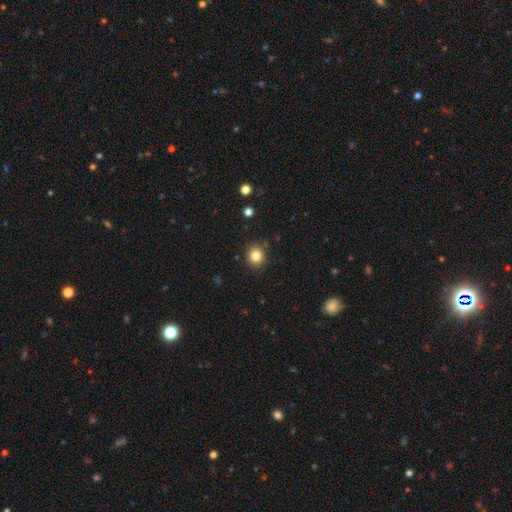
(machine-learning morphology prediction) A smooth galaxy with no disk features (83%) that is round (82%).

Vote fractions:
- Smooth or featured? smooth: 83% / star or artifact: 11% / featured or disk: 5%
- How rounded? round: 82% / in between: 17% / cigar-shaped: 1%
- Merging? none: 87% / minor disturbance: 9% / major disturbance: 2% / merger: 2%